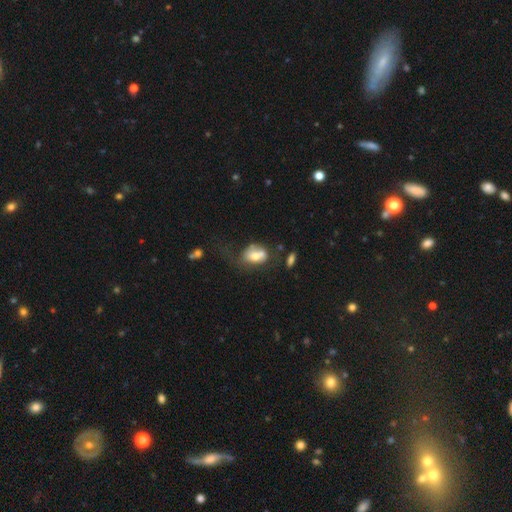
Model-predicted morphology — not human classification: The model was most divided on "merging": merger: 37%, none: 24%, major disturbance: 21%, minor disturbance: 18%. More confident: how rounded — in between (70%); smooth or featured — smooth (64%).